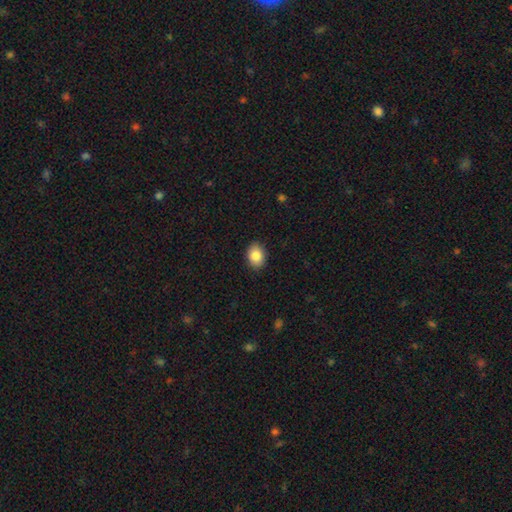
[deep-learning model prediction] Smooth or featured?
  - smooth: 85% *
  - star or artifact: 8%
  - featured or disk: 7%
How rounded?
  - in between: 68% *
  - round: 31%
  - cigar-shaped: 1%
Merging?
  - none: 88% *
  - minor disturbance: 9%
  - major disturbance: 2%
  - merger: 1%